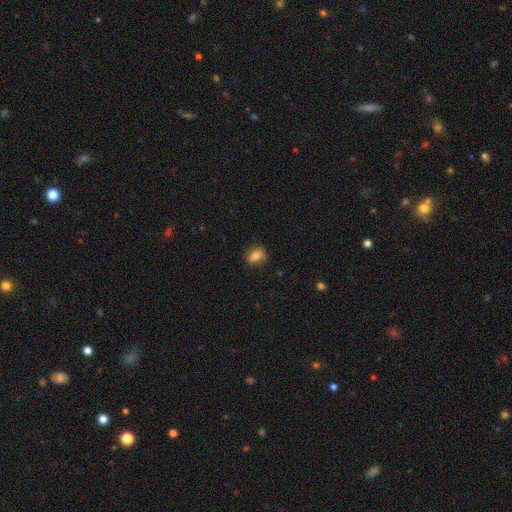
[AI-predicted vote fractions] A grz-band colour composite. It shows a smooth galaxy with no disk features (80%) that is round (56%). Merging: none (82%).